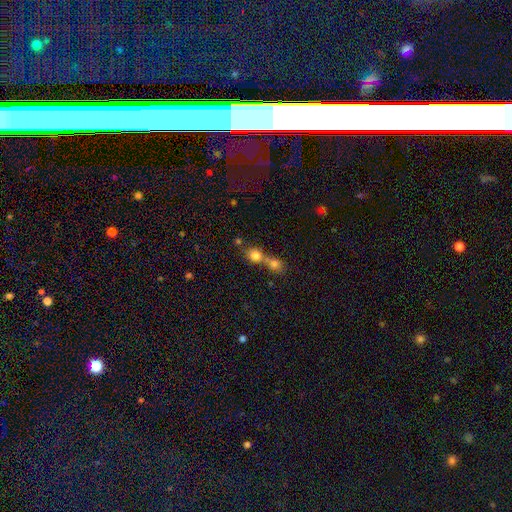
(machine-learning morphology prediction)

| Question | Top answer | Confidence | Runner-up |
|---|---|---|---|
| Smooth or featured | smooth | 78% | star or artifact (12%) |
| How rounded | round | 75% | in between (23%) |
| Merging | merger | 59% | none (33%) |